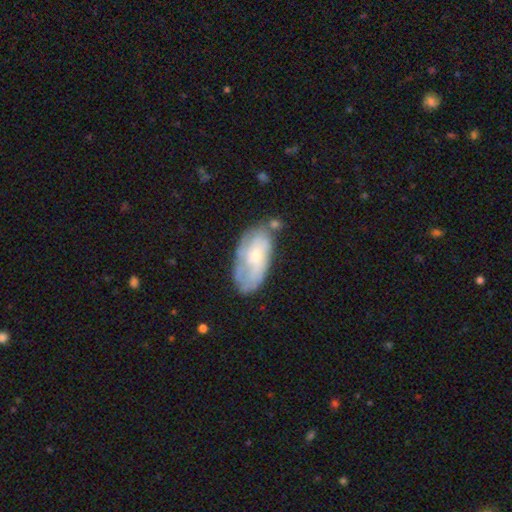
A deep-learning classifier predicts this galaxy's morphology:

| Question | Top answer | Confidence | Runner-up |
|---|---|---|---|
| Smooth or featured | featured or disk | 58% | smooth (36%) |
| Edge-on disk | no | 92% | yes (8%) |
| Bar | no | 75% | weak (21%) |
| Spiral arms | yes | 68% | no (32%) |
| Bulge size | small | 62% | moderate (32%) |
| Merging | none | 55% | minor disturbance (27%) |